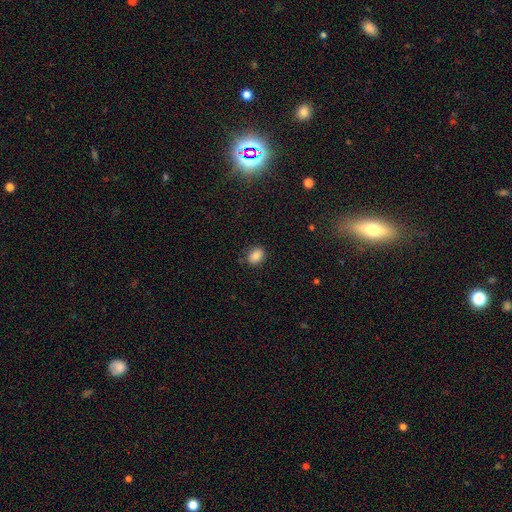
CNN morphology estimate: Smooth or featured?
  - smooth: 83% *
  - star or artifact: 10%
  - featured or disk: 7%
How rounded?
  - in between: 69% *
  - round: 30%
  - cigar-shaped: 1%
Merging?
  - none: 81% *
  - minor disturbance: 14%
  - major disturbance: 3%
  - merger: 2%